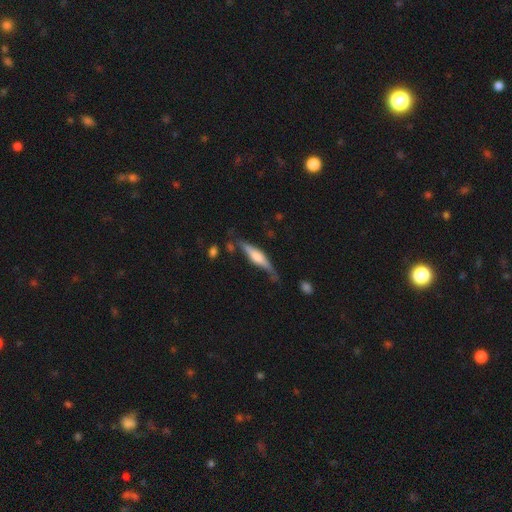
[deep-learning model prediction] featured or disk 60%, smooth 34%, star or artifact 6%. Down the decision tree: edge-on disk — yes (91%); edge-on bulge — rounded (70%); merging — none (57%).